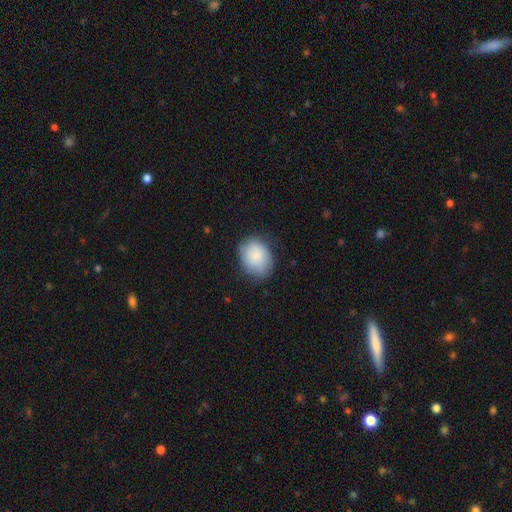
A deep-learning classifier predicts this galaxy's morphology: Overall: smooth (81%). How rounded: in between (56%; round 43%). Merging: none (72%).